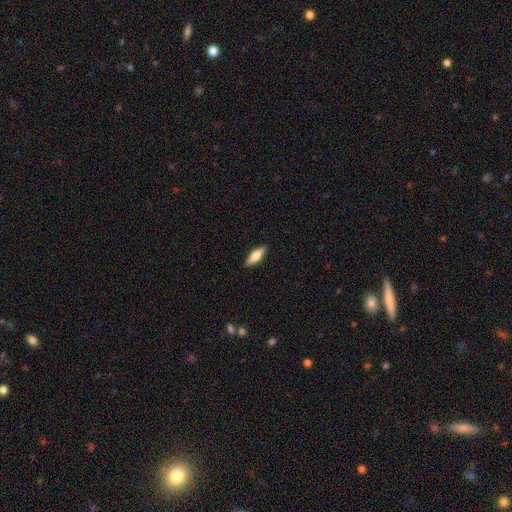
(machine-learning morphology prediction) Smooth or featured? Predicted: smooth (p=0.56). How rounded? Predicted: in between (p=0.52). Merging? Predicted: none (p=0.89).